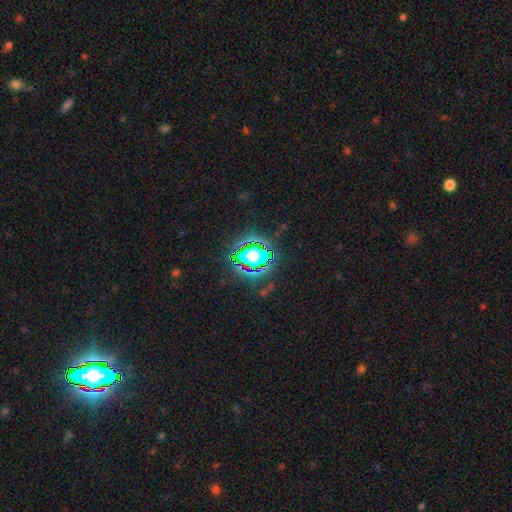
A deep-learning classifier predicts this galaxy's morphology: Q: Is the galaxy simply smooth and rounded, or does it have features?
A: star or artifact — 61%.